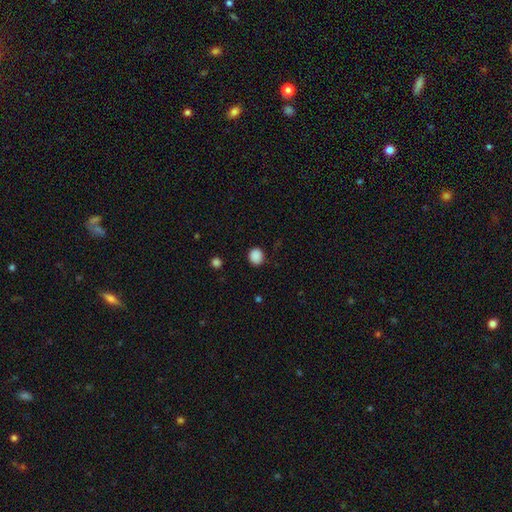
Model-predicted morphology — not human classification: smooth-or-featured: smooth: 88% | star or artifact: 10% | featured or disk: 2%
  how-rounded: round: 80% | in between: 19% | cigar-shaped: 1%
  merging: none: 88% | minor disturbance: 8% | major disturbance: 2% | merger: 1%